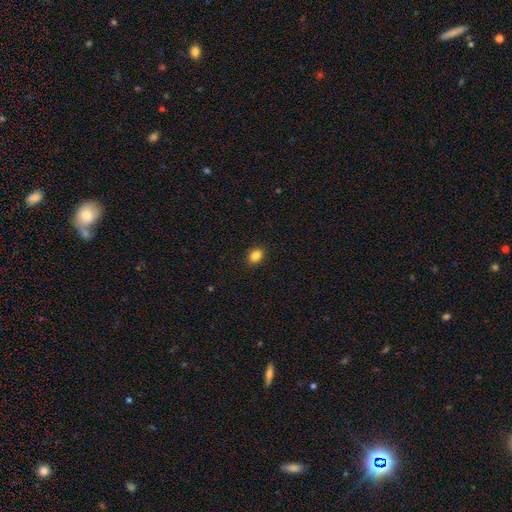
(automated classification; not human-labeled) This is clearly a smooth galaxy (86%). How rounded: likely in between (69%). Merging: clearly none (89%).